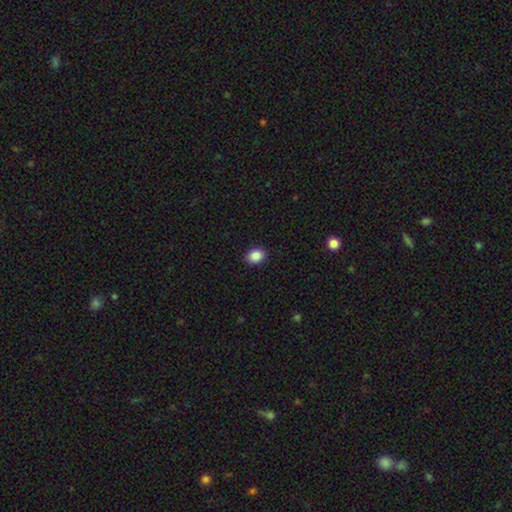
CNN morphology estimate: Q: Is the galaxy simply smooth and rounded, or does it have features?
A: smooth — 88%.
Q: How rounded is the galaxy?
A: in between — 60%.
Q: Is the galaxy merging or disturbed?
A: none — 90%.